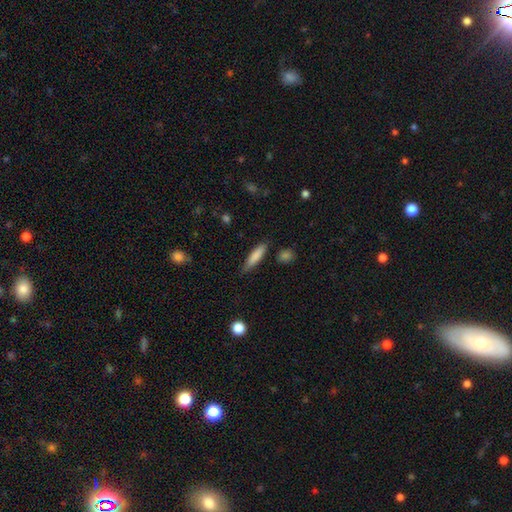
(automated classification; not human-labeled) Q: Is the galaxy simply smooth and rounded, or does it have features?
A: smooth — 82%.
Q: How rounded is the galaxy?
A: cigar-shaped — 78%.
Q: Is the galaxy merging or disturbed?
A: none — 80%.